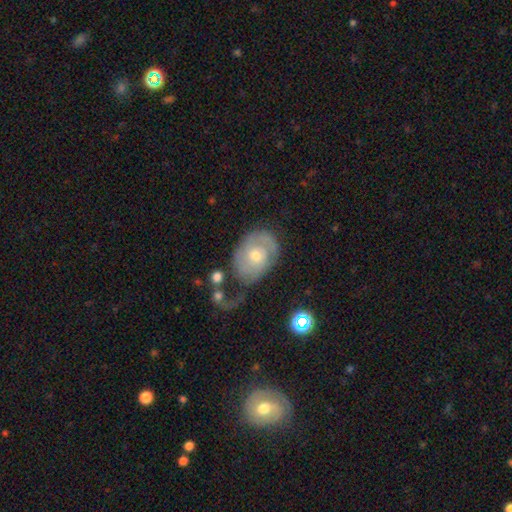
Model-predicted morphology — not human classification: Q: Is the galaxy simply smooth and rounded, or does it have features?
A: featured or disk — 67%.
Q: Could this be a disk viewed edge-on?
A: no — 96%.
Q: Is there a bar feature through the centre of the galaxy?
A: no — 76%.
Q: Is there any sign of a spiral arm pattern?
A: yes — 79%.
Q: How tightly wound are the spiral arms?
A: tight — 52%.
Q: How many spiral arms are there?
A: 2 — 39%.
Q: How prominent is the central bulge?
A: moderate — 55%.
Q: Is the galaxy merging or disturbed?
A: none — 43%.